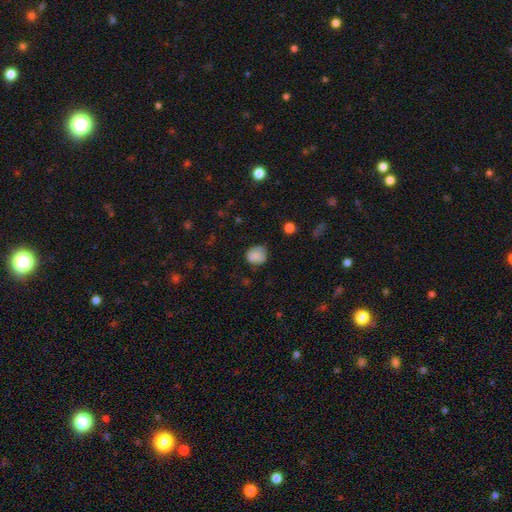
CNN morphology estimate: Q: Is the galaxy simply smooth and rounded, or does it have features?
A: smooth — 83%.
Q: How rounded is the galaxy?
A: round — 76%.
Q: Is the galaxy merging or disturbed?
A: none — 66%.